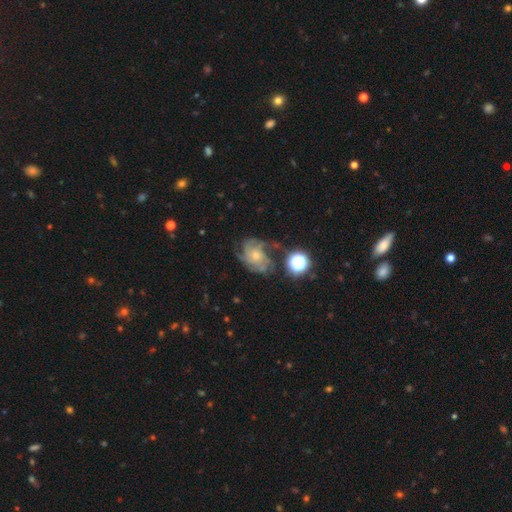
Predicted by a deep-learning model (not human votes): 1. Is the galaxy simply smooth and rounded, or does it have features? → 76% featured or disk, 13% smooth, 11% star or artifact.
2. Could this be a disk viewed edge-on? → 98% no, 2% yes.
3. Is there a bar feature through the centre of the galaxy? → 78% no, 19% weak, 3% strong.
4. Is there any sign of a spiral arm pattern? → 93% yes, 7% no.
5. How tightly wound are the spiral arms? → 45% tight, 41% medium, 14% loose.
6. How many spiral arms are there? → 29% can't tell, 28% 3, 16% 4, 14% 2, 7% more than 4, 6% 1.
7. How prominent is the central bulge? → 53% small, 38% moderate, 5% none, 4% large, 1% dominant.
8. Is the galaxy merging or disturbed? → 54% none, 22% minor disturbance, 19% major disturbance, 5% merger.